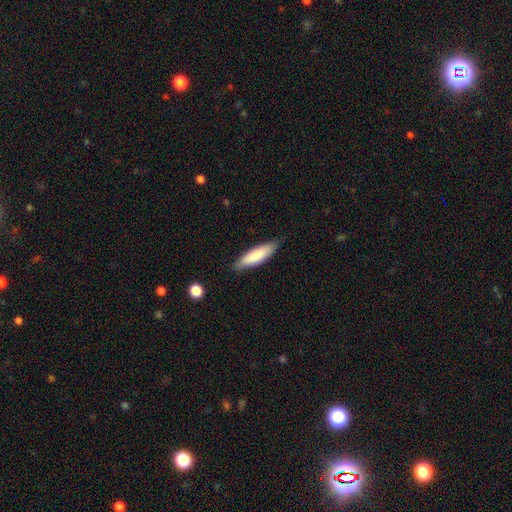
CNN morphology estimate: smooth-or-featured: smooth: 81% | featured or disk: 14% | star or artifact: 5%
  how-rounded: cigar-shaped: 64% | in between: 34% | round: 1%
  merging: none: 83% | minor disturbance: 14% | major disturbance: 2% | merger: 1%